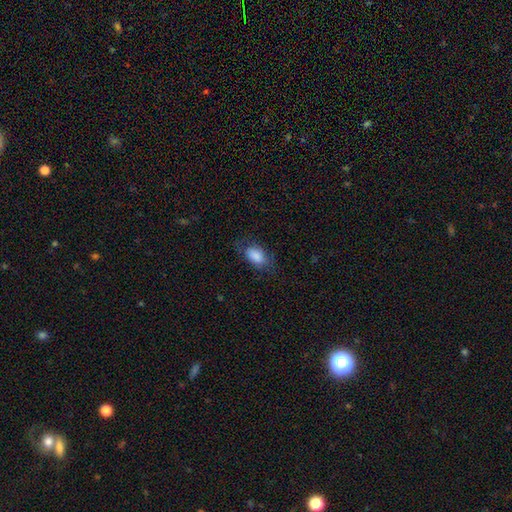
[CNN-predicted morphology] Overall: smooth (83%). How rounded: in between (88%). Merging: none (66%).